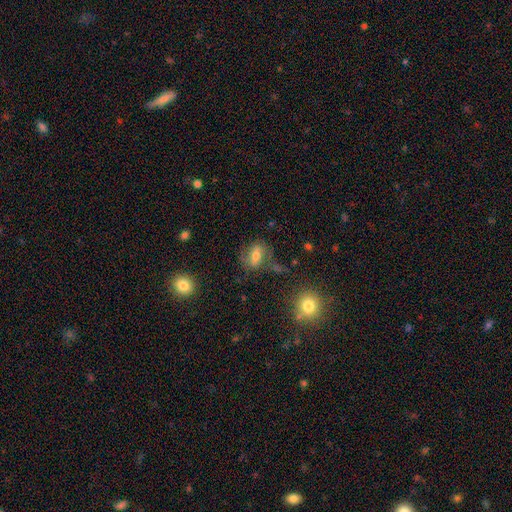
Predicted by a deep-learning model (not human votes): Smooth or featured? Predicted: smooth (p=0.54). How rounded? Predicted: in between (p=0.70). Merging? Predicted: none (p=0.61).